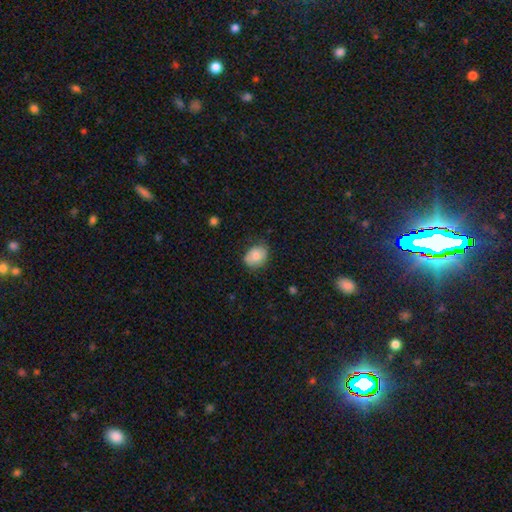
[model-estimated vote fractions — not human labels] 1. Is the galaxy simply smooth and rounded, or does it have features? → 75% smooth, 17% featured or disk, 8% star or artifact.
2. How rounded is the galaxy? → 60% in between, 39% round, 1% cigar-shaped.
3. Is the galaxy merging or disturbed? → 63% none, 29% minor disturbance, 7% major disturbance, 1% merger.